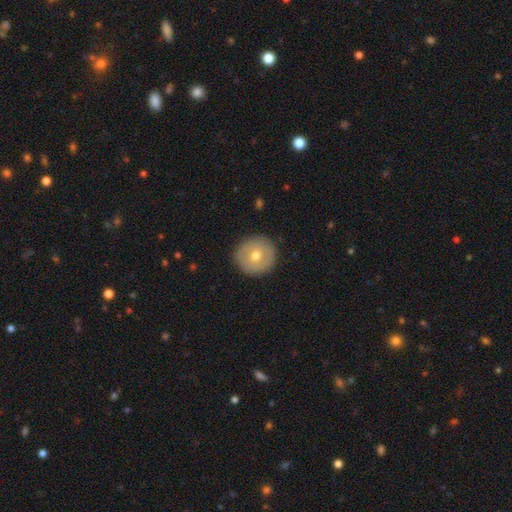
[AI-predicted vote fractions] A smooth galaxy with no disk features (57%) that is round (93%). Merging: none (89%).